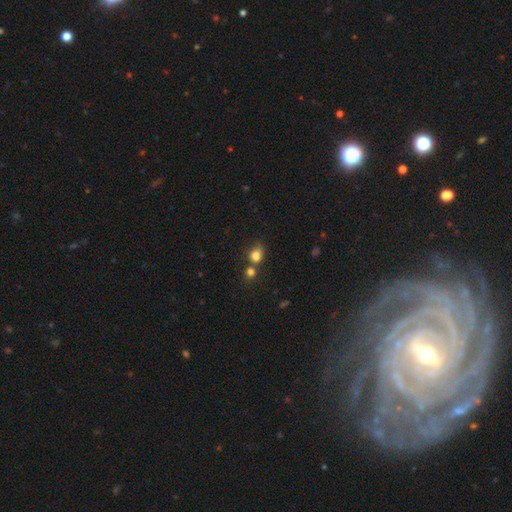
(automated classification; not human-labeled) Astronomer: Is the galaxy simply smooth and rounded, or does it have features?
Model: smooth — 80%.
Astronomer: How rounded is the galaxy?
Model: round — 57% (runner-up: in between, 42%).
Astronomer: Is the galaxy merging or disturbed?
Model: none — 42% (runner-up: merger, 35%).